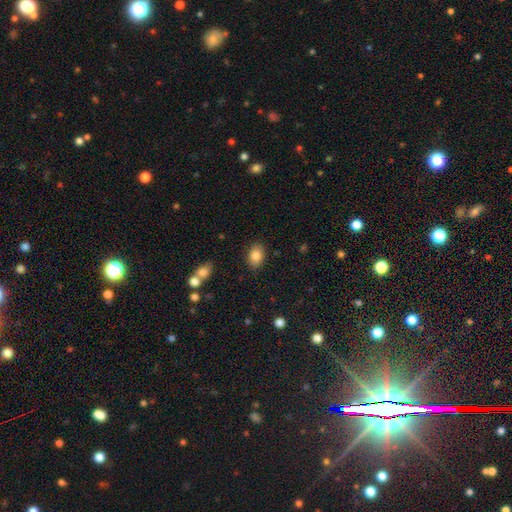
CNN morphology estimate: smooth 85%, star or artifact 8%, featured or disk 7%. Down the decision tree: how rounded — in between (83%); merging — none (85%).